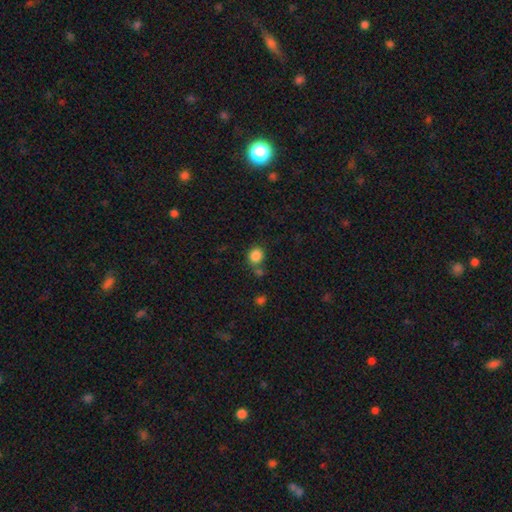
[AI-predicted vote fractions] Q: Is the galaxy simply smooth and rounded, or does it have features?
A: smooth — 85%.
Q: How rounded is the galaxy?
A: round — 77%.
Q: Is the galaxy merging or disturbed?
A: none — 67%.